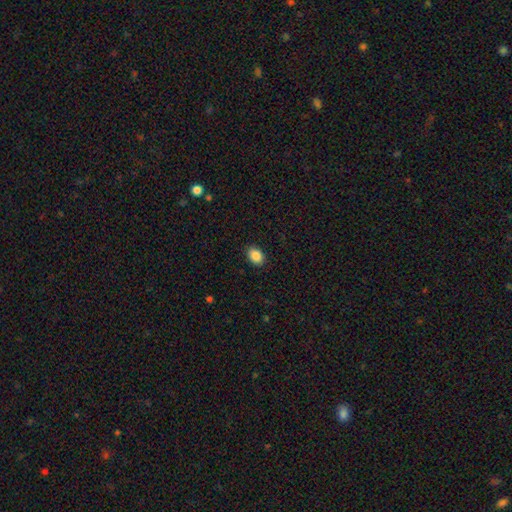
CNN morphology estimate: The model was most divided on "how rounded": in between: 77%, round: 22%, cigar-shaped: 1%. More confident: merging — none (89%); smooth or featured — smooth (88%).